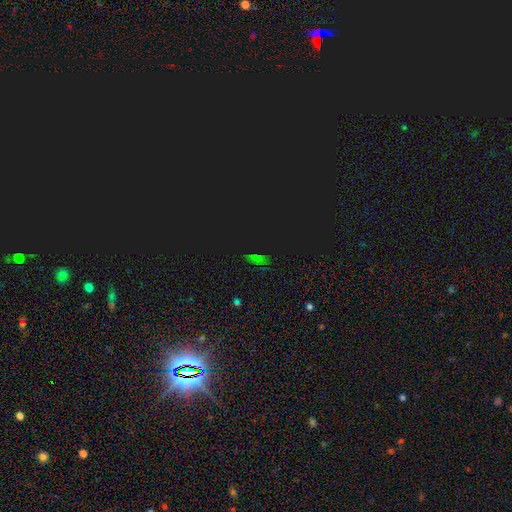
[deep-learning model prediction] Q: Smooth or featured?
A: star or artifact (69%); runner-up: smooth (22%)